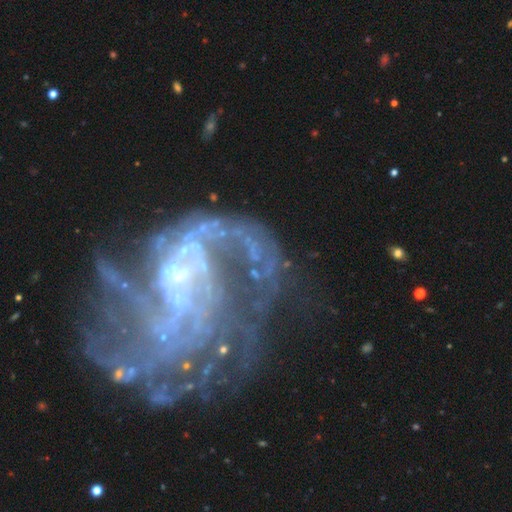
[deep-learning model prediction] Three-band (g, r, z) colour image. It shows a featured or disk galaxy (86%) with no bar (45%), 2 (29%) medium (42%) spiral arms (91%) and a small central bulge (53%). Merging: major disturbance (39%).